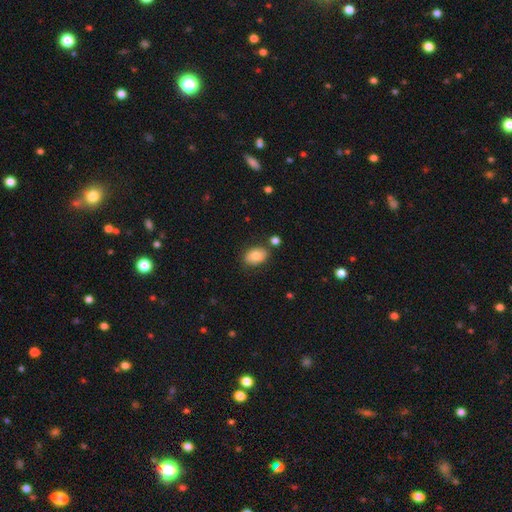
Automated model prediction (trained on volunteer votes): A smooth galaxy with no disk features (76%) that is in between round and cigar-shaped (81%). Merging: none (73%).